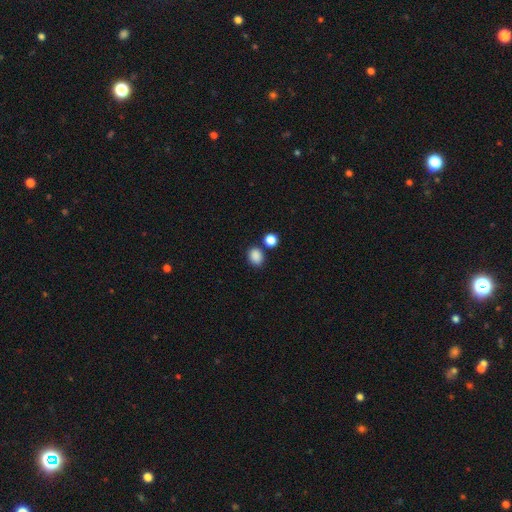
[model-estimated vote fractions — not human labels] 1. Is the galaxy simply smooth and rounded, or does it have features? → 86% smooth, 10% star or artifact, 3% featured or disk.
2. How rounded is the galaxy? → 50% round, 49% in between, 1% cigar-shaped.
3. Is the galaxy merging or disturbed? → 76% none, 11% minor disturbance, 10% merger, 3% major disturbance.